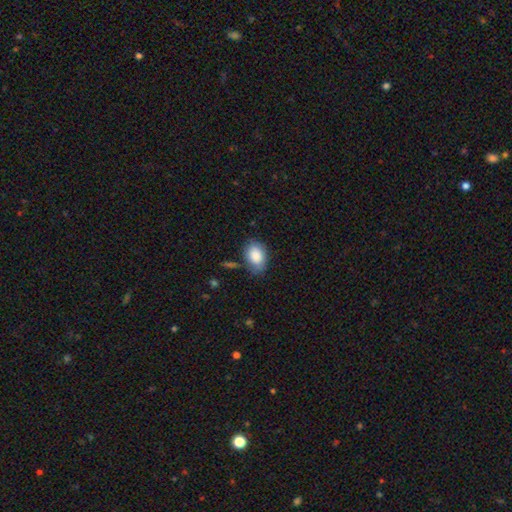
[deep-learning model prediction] smooth 86%, star or artifact 7%, featured or disk 7%. Down the decision tree: how rounded — in between (82%); merging — none (69%).